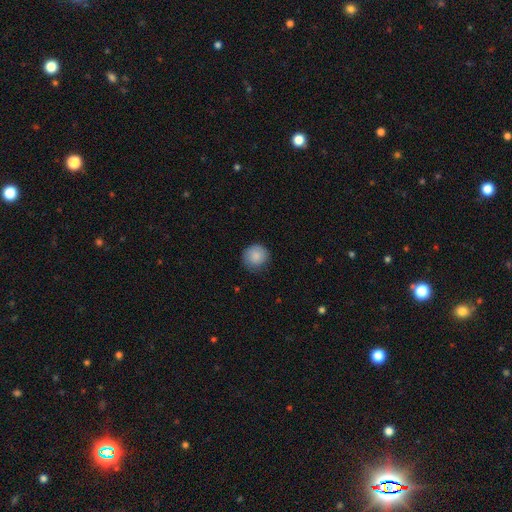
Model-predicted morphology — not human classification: Smooth or featured? smooth (87%)
How rounded? round (92%)
Merging? none (81%)